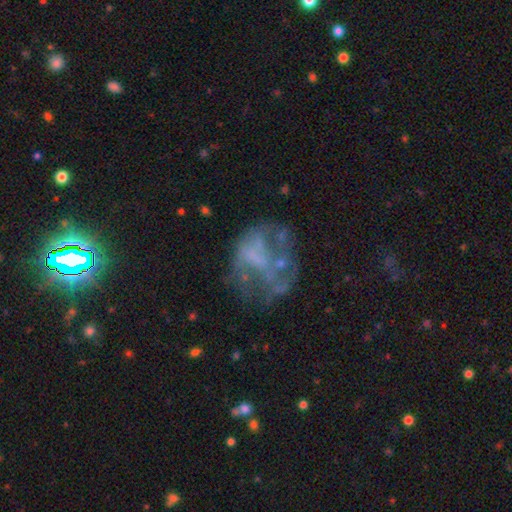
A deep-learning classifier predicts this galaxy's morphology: featured or disk 57%, smooth 25%, star or artifact 19%. Down the decision tree: edge-on disk — no (98%); bar — no (83%); spiral arms — no (87%); bulge size — none (71%); merging — none (40%).